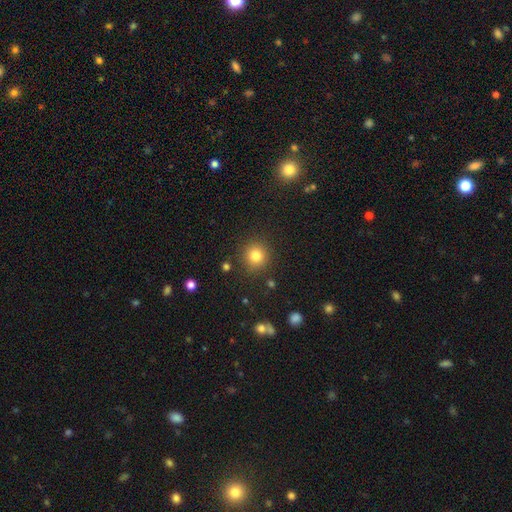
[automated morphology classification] smooth_or_featured: smooth (p=0.82) [alt: star or artifact p=0.13]
how_rounded: round (p=0.92) [alt: in between p=0.07]
merging: none (p=0.89) [alt: minor disturbance p=0.07]